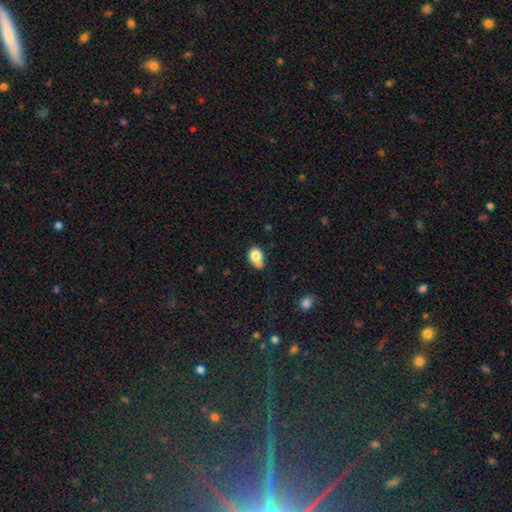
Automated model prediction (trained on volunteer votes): Morphology: type=smooth (80%); roundness=in between (51%); merging=none (47%).